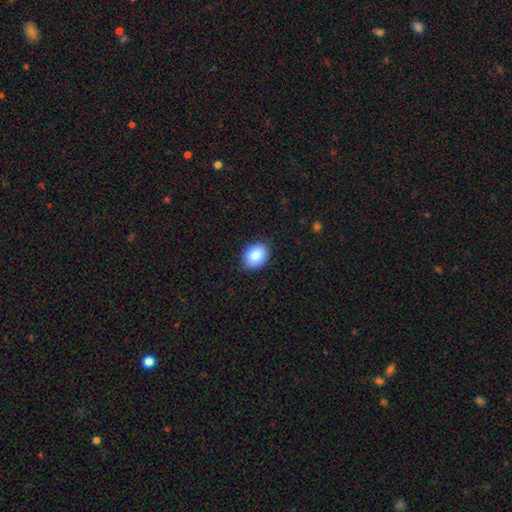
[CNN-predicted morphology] type=smooth (87%); roundness=in between (65%); merging=none (88%).